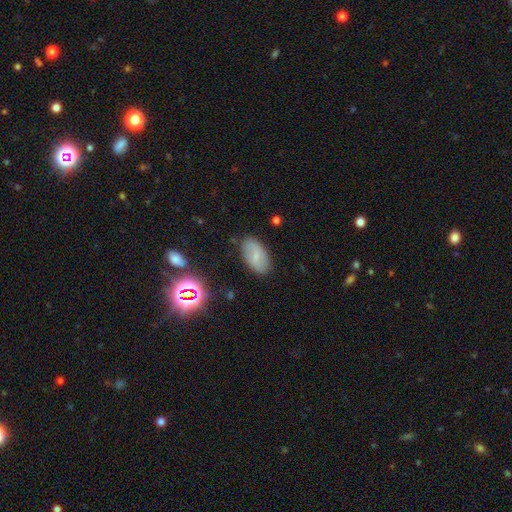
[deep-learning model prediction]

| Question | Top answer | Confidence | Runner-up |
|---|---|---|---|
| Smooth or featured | smooth | 61% | featured or disk (27%) |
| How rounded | in between | 93% | round (5%) |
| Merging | none | 82% | minor disturbance (13%) |